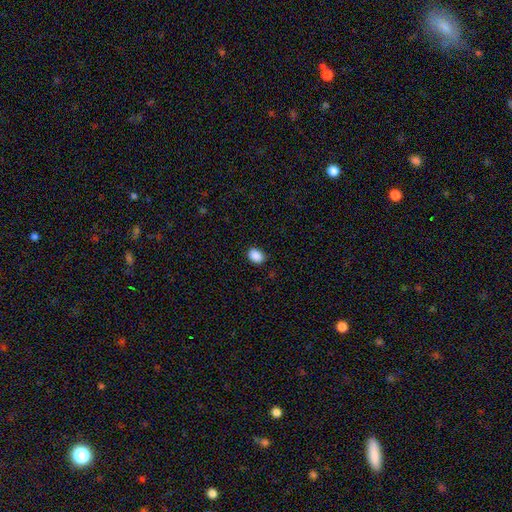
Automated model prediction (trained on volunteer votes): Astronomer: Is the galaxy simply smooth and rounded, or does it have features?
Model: smooth — 89%.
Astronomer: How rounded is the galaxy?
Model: in between — 68%.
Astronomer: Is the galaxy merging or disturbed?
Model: none — 88%.